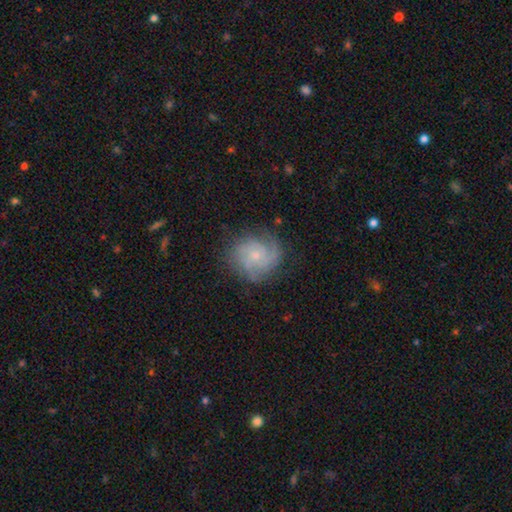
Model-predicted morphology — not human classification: Overall: featured or disk (71%). Edge-on disk: no (98%). Bar: no (77%). Spiral arms: yes (93%). Spiral arm count: can't tell (30%; 3 29%). Spiral winding: tight (50%; medium 37%). Bulge size: small (71%). Merging: none (73%).